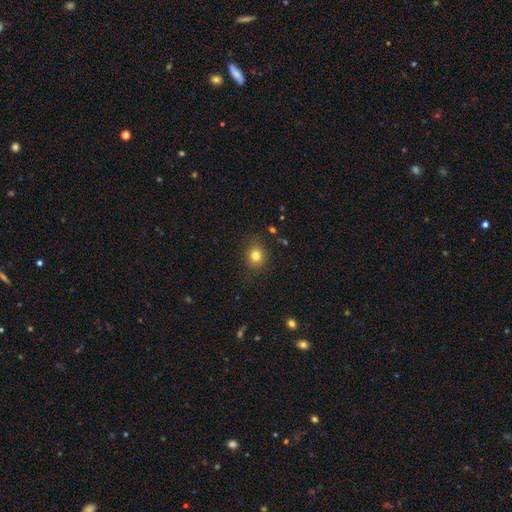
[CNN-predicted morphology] A smooth galaxy with no disk features (81%) that is round (78%).

Vote fractions:
- Smooth or featured? smooth: 81% / star or artifact: 12% / featured or disk: 7%
- How rounded? round: 78% / in between: 21% / cigar-shaped: 1%
- Merging? none: 86% / minor disturbance: 10% / major disturbance: 3% / merger: 1%